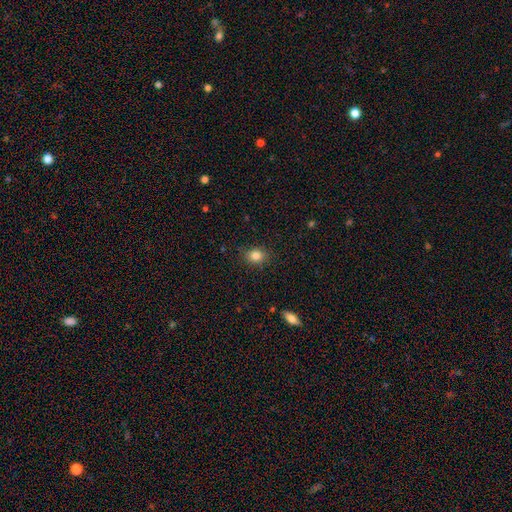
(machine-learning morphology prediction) Smooth or featured? Predicted: smooth (p=0.83). How rounded? Predicted: round (p=0.60). Merging? Predicted: none (p=0.84).